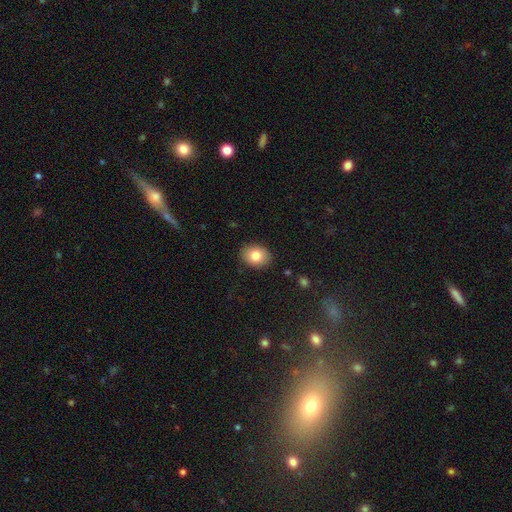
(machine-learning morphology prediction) Smooth or featured? smooth (82%)
How rounded? in between (61%)
Merging? none (88%)